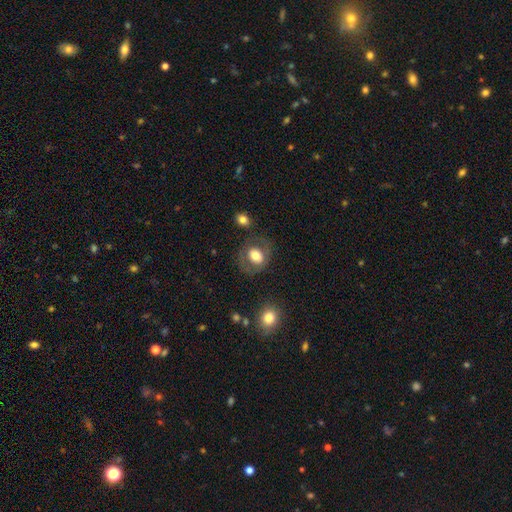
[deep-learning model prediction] smooth-or-featured: smooth: 66% | featured or disk: 26% | star or artifact: 8%
  how-rounded: round: 53% | in between: 46% | cigar-shaped: 1%
  merging: none: 72% | minor disturbance: 15% | major disturbance: 10% | merger: 3%